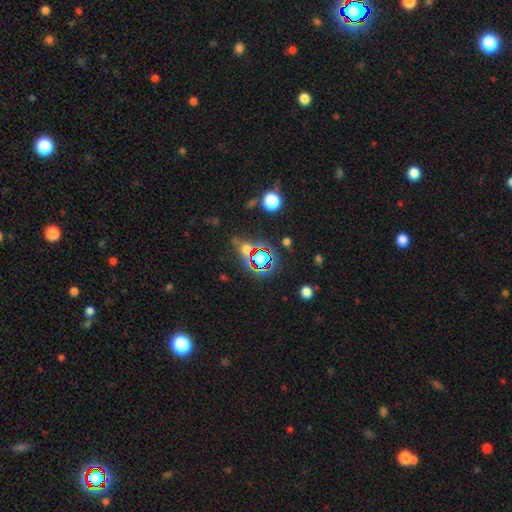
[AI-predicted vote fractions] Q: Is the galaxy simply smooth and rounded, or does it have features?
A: star or artifact — 66%.